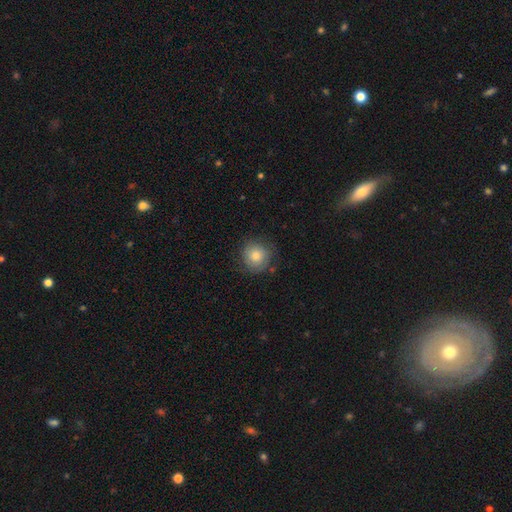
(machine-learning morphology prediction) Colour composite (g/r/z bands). It shows a smooth galaxy with no disk features (72%) that is round (93%). Merging: none (78%).